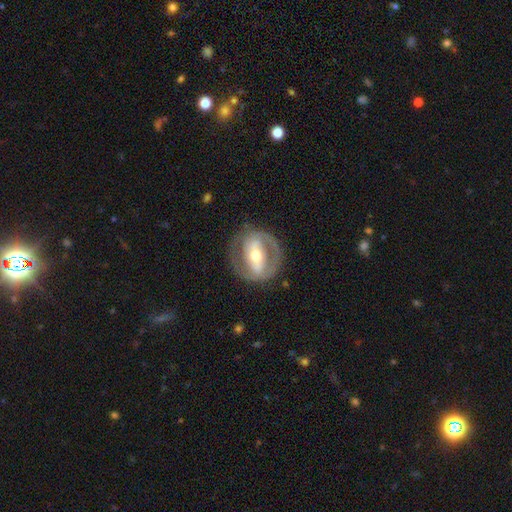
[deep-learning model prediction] Morphology: type=featured or disk (79%); edge-on=no (94%); bar=strong (57%); spiral arms=yes (67%); bulge=moderate (65%); merging=none (77%).